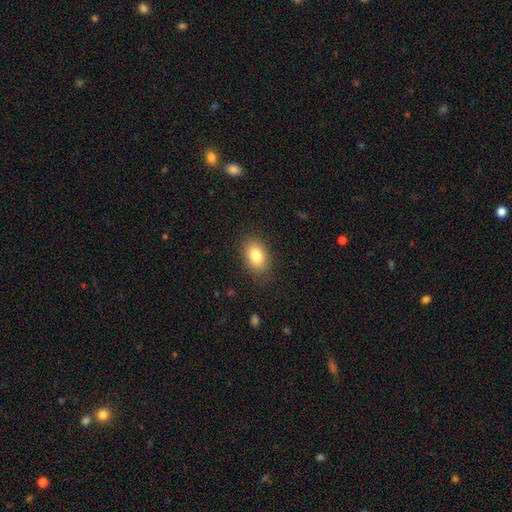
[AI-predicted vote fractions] Smooth or featured: smooth — 83% (featured or disk — 9%)
How rounded: in between — 84% (round — 15%)
Merging: none — 85% (minor disturbance — 11%)